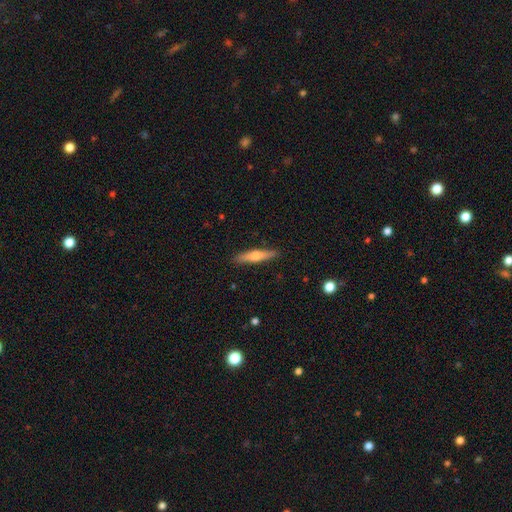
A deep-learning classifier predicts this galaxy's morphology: Smooth or featured? smooth (51%)
How rounded? cigar-shaped (85%)
Merging? none (90%)